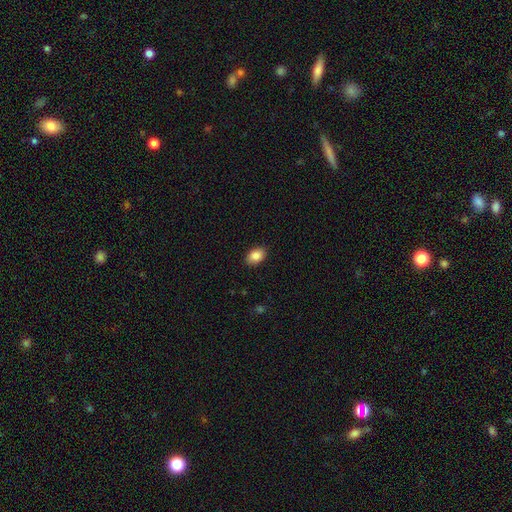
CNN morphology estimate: The model was most divided on "how rounded": in between: 85%, round: 14%, cigar-shaped: 1%. More confident: merging — none (89%); smooth or featured — smooth (88%).